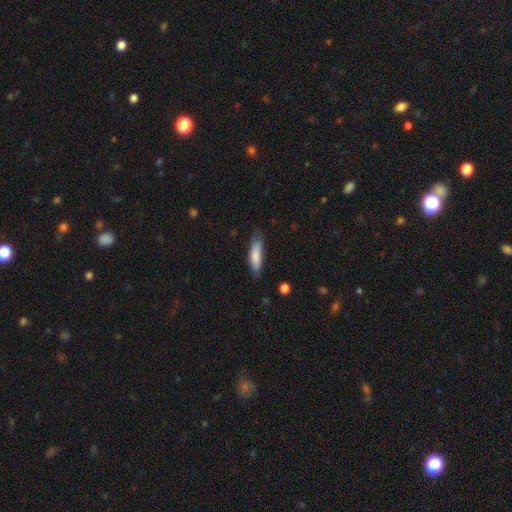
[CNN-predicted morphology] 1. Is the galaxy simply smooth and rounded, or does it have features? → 80% smooth, 14% featured or disk, 6% star or artifact.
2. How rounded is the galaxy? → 64% cigar-shaped, 35% in between, 2% round.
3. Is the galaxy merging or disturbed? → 64% none, 27% minor disturbance, 7% major disturbance, 2% merger.